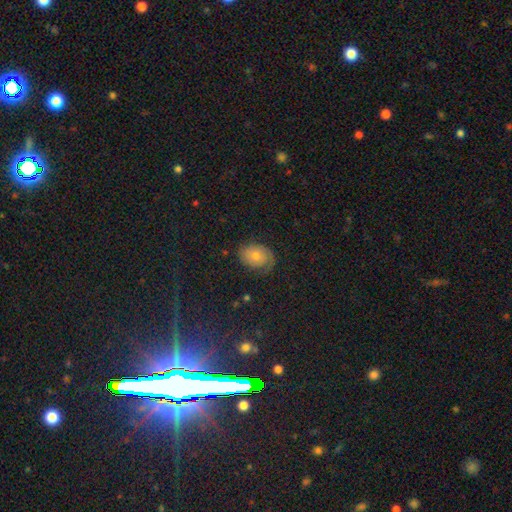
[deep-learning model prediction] A smooth galaxy with no disk features (45%).

Vote fractions:
- Smooth or featured? smooth: 45% / featured or disk: 37% / star or artifact: 18%
- Merging? none: 73% / minor disturbance: 19% / major disturbance: 7% / merger: 1%